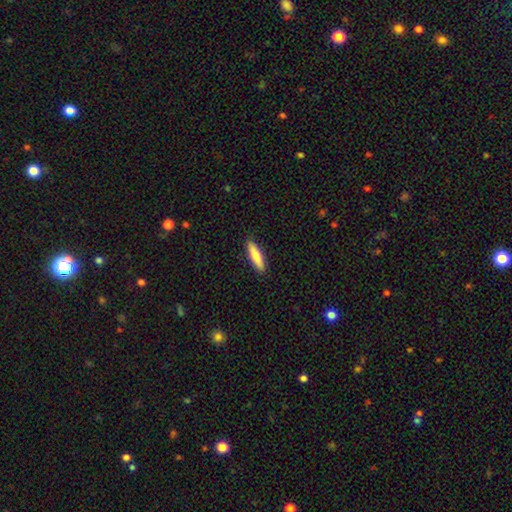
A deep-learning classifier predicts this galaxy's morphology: Q: Smooth or featured?
A: smooth (78%); runner-up: featured or disk (16%)
Q: How rounded?
A: cigar-shaped (73%); runner-up: in between (26%)
Q: Merging?
A: none (90%); runner-up: minor disturbance (7%)